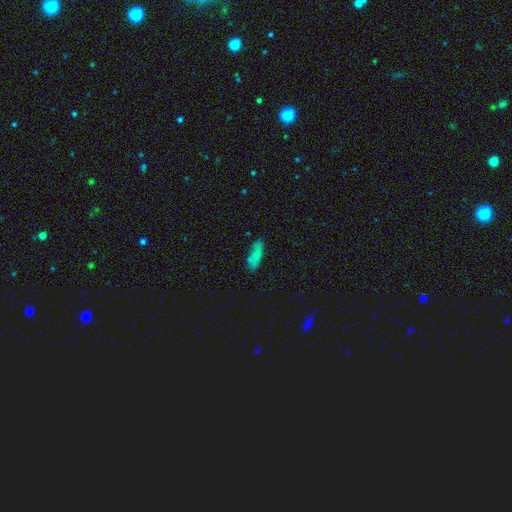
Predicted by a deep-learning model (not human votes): The model was most divided on "how rounded": in between: 56%, cigar-shaped: 41%, round: 3%. More confident: smooth or featured — smooth (74%); merging — none (66%).